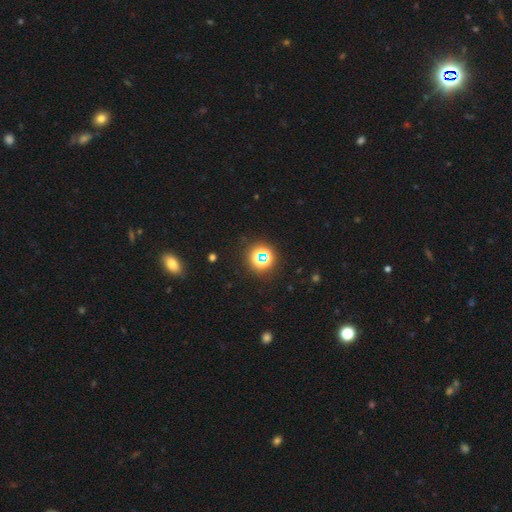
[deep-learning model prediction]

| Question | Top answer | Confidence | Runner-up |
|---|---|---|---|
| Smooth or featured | star or artifact | 50% | smooth (44%) |